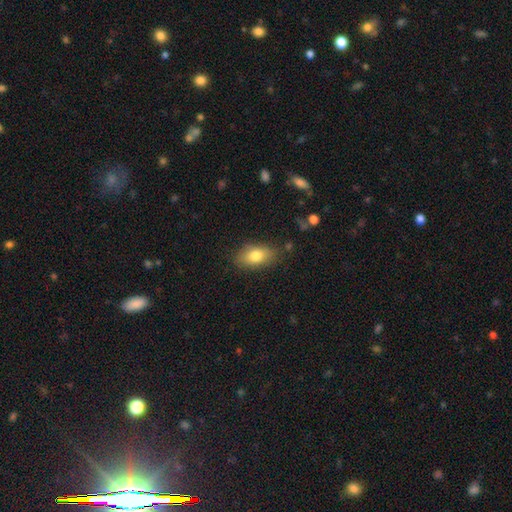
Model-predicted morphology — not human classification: This is likely a smooth galaxy (78%). How rounded: clearly in between (88%). Merging: clearly none (81%).